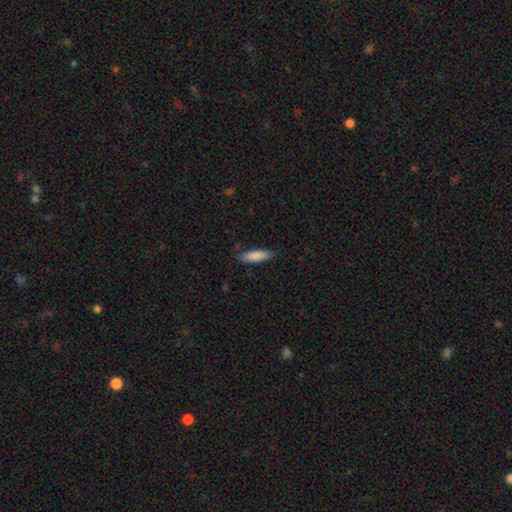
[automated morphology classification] This appears to be a smooth galaxy with no disk features (86%) that is cigar-shaped (60%). Merging: none (83%).